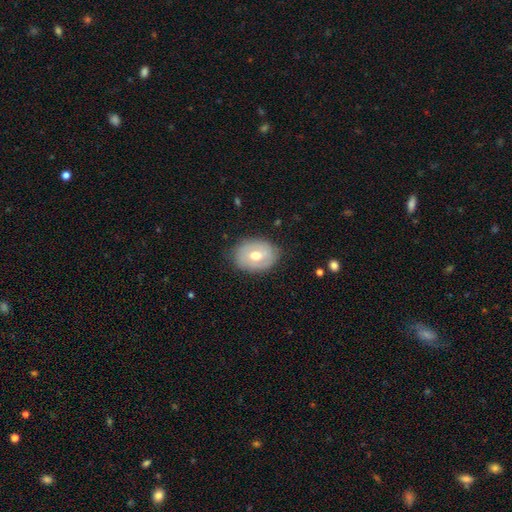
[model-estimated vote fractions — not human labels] smooth-or-featured: smooth: 47% | featured or disk: 46% | star or artifact: 7%
  merging: none: 79% | minor disturbance: 16% | major disturbance: 4% | merger: 1%